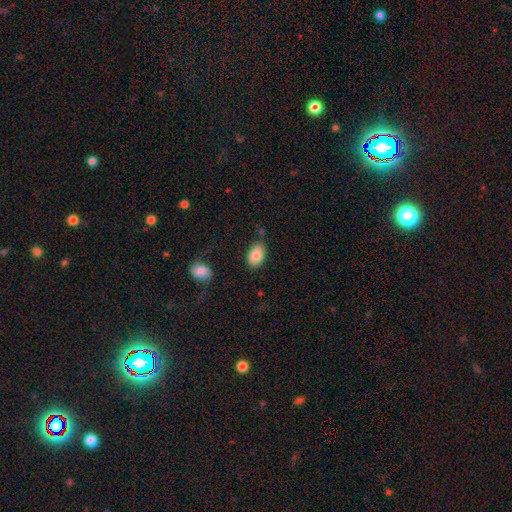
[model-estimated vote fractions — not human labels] smooth-or-featured: smooth: 85% | featured or disk: 8% | star or artifact: 7%
  how-rounded: in between: 90% | round: 9% | cigar-shaped: 1%
  merging: none: 74% | minor disturbance: 17% | merger: 4% | major disturbance: 4%